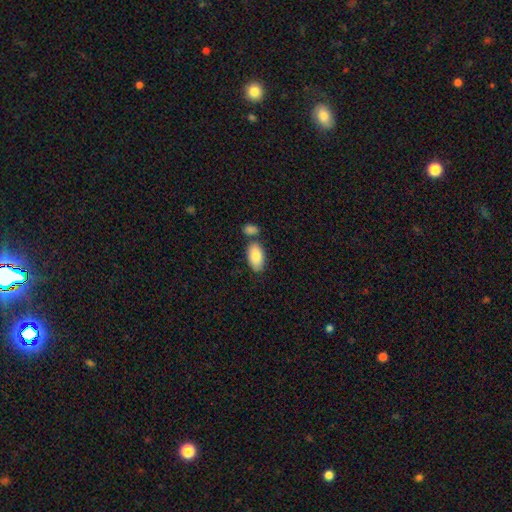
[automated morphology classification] Overall: smooth (84%). How rounded: in between (95%). Merging: none (63%).